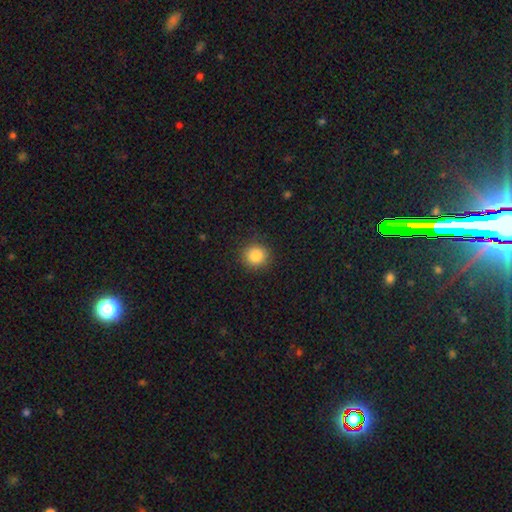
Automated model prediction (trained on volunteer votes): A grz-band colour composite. It shows a smooth galaxy with no disk features (85%) that is round (89%). Merging: none (90%).